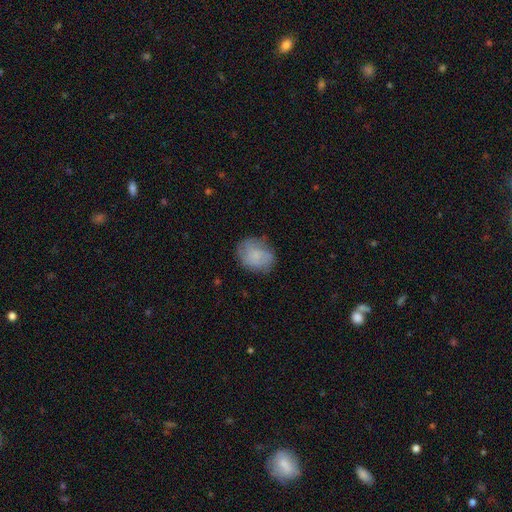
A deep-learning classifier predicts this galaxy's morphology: A smooth galaxy with no disk features (63%) that is round (55%).

Vote fractions:
- Smooth or featured? smooth: 63% / featured or disk: 28% / star or artifact: 8%
- How rounded? round: 55% / in between: 44% / cigar-shaped: 1%
- Merging? none: 70% / minor disturbance: 22% / major disturbance: 7% / merger: 1%